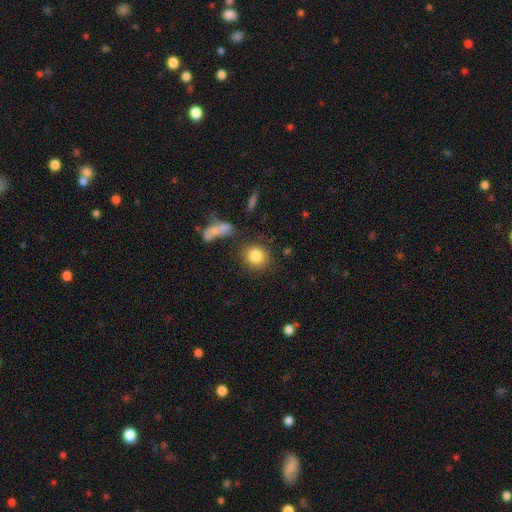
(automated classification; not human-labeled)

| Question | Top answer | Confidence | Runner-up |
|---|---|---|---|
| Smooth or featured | smooth | 83% | star or artifact (10%) |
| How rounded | round | 82% | in between (17%) |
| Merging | none | 82% | minor disturbance (10%) |